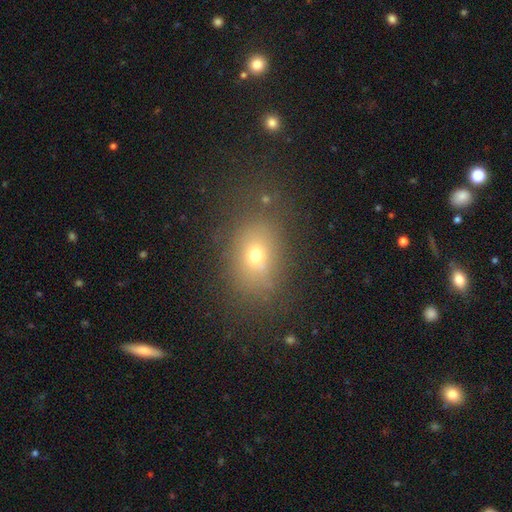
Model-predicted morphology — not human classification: A smooth galaxy with no disk features (64%) that is in between round and cigar-shaped (67%).

Vote fractions:
- Smooth or featured? smooth: 64% / star or artifact: 20% / featured or disk: 16%
- How rounded? in between: 67% / round: 30% / cigar-shaped: 2%
- Merging? none: 75% / minor disturbance: 14% / major disturbance: 8% / merger: 4%